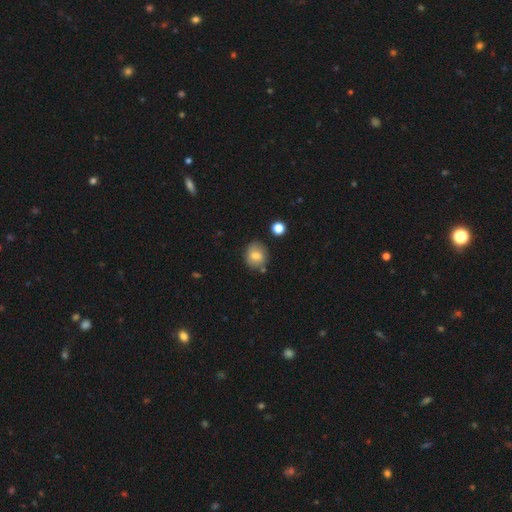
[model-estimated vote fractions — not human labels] Q: Smooth or featured?
A: smooth (73%); runner-up: featured or disk (18%)
Q: How rounded?
A: round (70%); runner-up: in between (29%)
Q: Merging?
A: none (77%); runner-up: minor disturbance (15%)